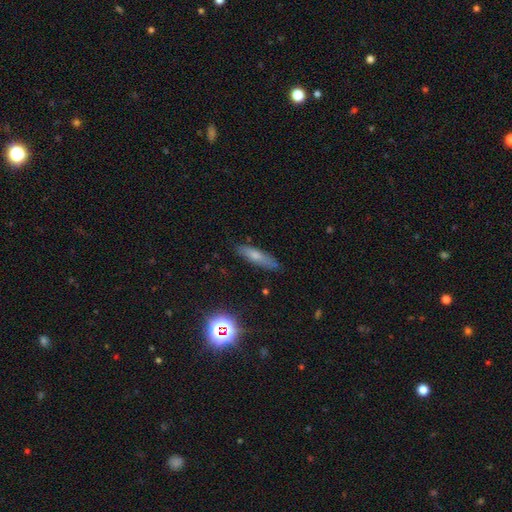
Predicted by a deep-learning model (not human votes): smooth-or-featured: smooth: 64% | featured or disk: 25% | star or artifact: 11%
  how-rounded: cigar-shaped: 72% | in between: 25% | round: 3%
  merging: none: 84% | minor disturbance: 12% | major disturbance: 2% | merger: 2%